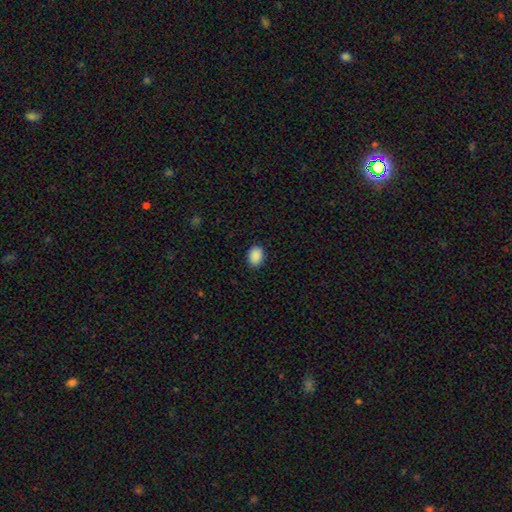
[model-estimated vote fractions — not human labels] Morphology: type=smooth (90%); roundness=in between (69%); merging=none (88%).